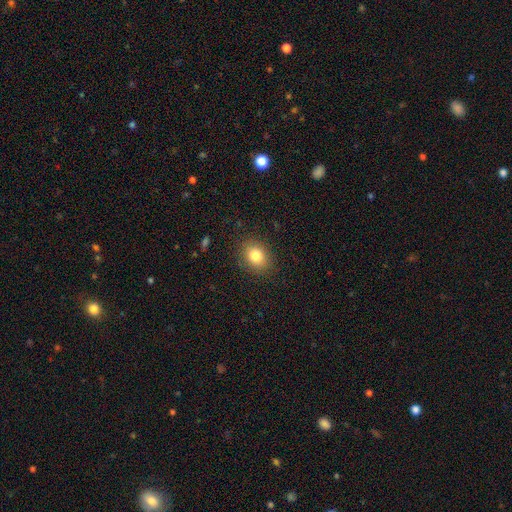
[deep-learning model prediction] Smooth or featured: smooth — 82% (star or artifact — 10%)
How rounded: in between — 51% (round — 48%)
Merging: none — 87% (minor disturbance — 9%)